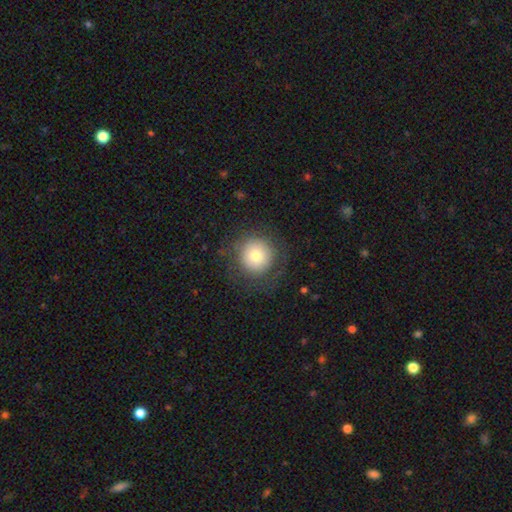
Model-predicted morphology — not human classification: This appears to be a smooth galaxy with no disk features (70%) that is round (95%). Merging: none (78%).